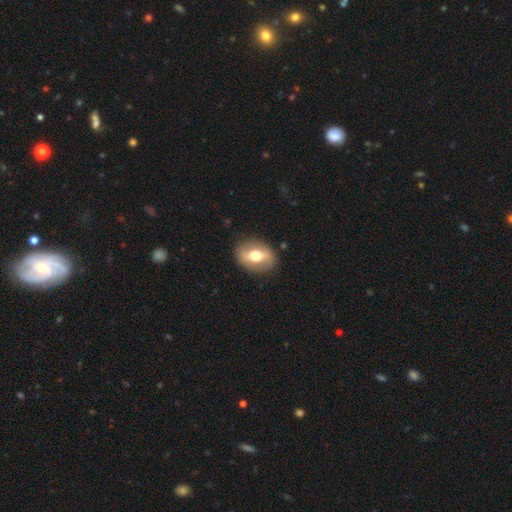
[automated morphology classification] Overall: smooth (50%; featured or disk 43%). How rounded: in between (71%). Merging: none (85%).